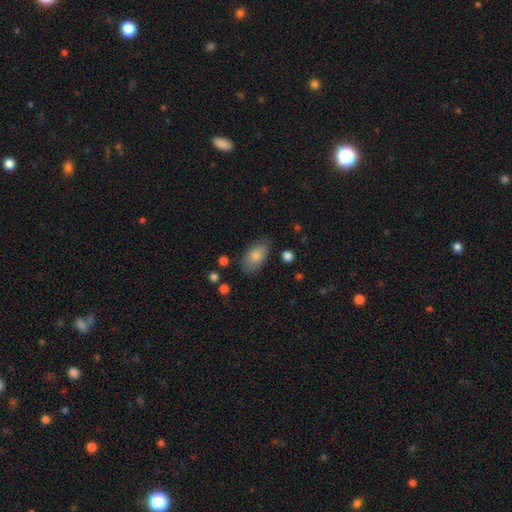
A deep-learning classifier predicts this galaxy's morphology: Smooth or featured? Predicted: smooth (p=0.83). How rounded? Predicted: in between (p=0.92). Merging? Predicted: none (p=0.77).